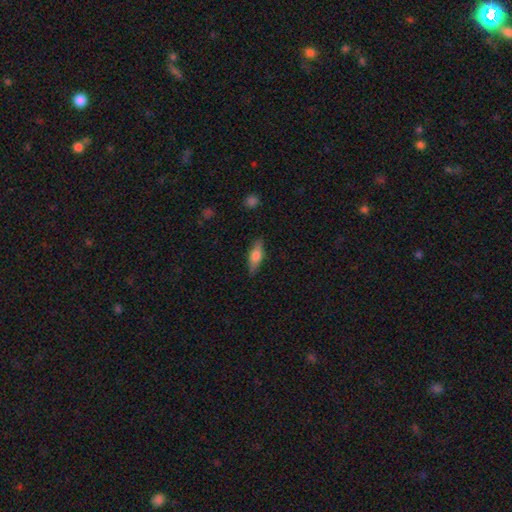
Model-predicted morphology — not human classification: This is likely a smooth galaxy (63%). How rounded: possibly in between (54%). Merging: clearly none (85%).